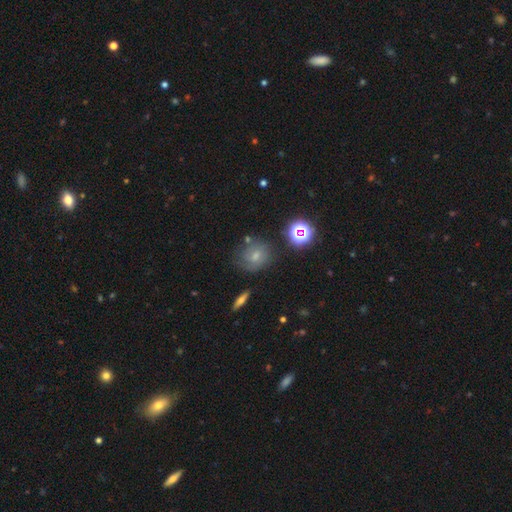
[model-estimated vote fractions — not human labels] A smooth galaxy with no disk features (50%).

Vote fractions:
- Smooth or featured? smooth: 50% / featured or disk: 28% / star or artifact: 22%
- Merging? none: 70% / minor disturbance: 19% / major disturbance: 6% / merger: 5%